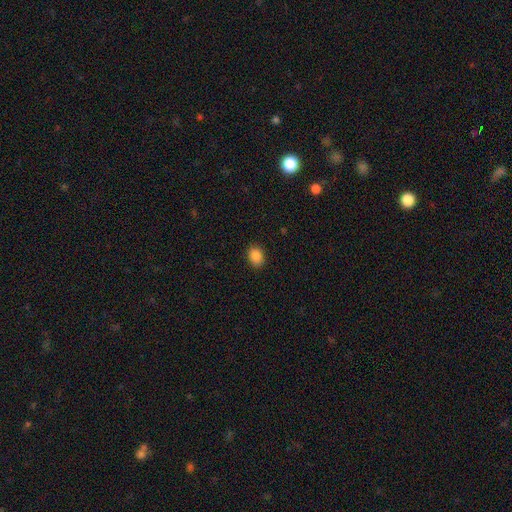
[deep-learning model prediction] Overall: smooth (87%). How rounded: in between (63%; round 36%). Merging: none (89%).